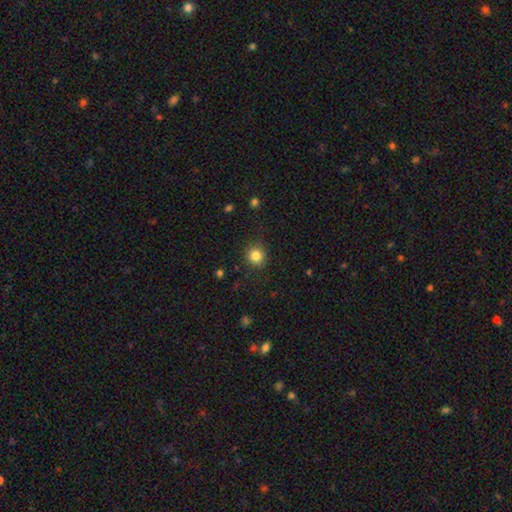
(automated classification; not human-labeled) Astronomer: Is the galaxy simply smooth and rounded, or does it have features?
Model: smooth — 84%.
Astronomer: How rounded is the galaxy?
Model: round — 89%.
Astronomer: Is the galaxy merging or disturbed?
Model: none — 87%.